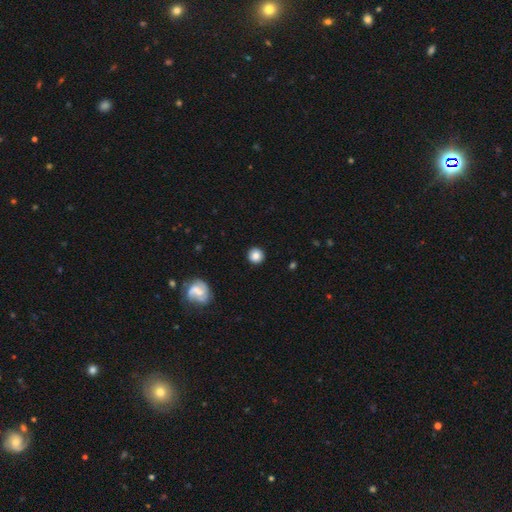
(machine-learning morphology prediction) Smooth or featured? Predicted: smooth (p=0.83). How rounded? Predicted: round (p=0.94). Merging? Predicted: none (p=0.91).